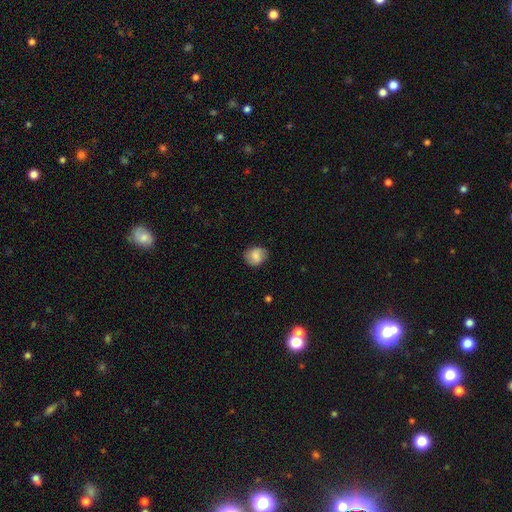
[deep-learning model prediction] Morphology: type=smooth (80%); roundness=round (64%); merging=none (80%).